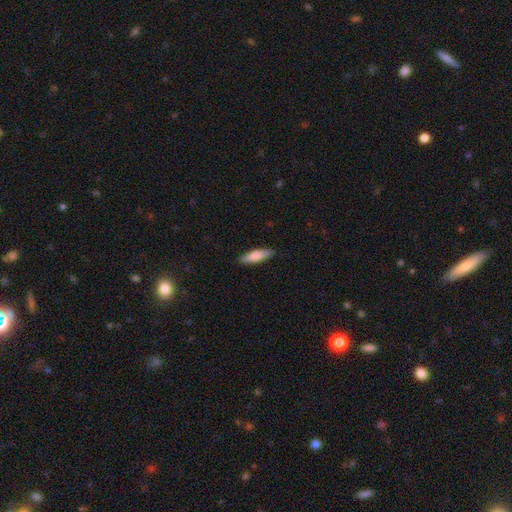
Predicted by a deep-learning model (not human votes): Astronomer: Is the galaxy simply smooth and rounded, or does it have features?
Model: smooth — 73%.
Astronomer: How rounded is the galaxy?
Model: cigar-shaped — 58% (runner-up: in between, 40%).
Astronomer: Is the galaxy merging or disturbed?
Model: none — 88%.